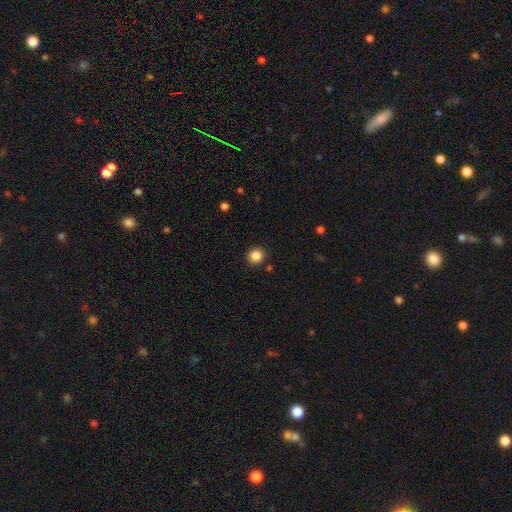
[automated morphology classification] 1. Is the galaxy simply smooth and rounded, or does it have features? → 86% smooth, 11% star or artifact, 3% featured or disk.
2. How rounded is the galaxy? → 88% round, 11% in between, 1% cigar-shaped.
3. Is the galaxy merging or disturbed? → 89% none, 7% minor disturbance, 2% major disturbance, 2% merger.